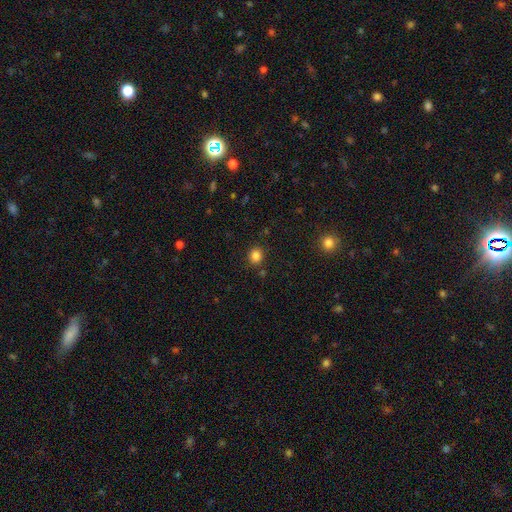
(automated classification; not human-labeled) A smooth galaxy with no disk features (84%) that is round (80%). Merging: none (86%).